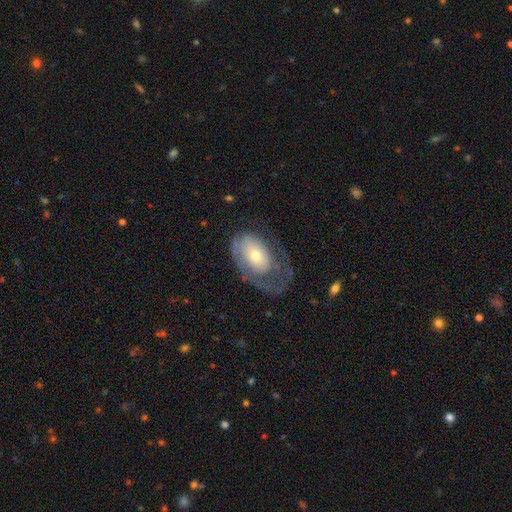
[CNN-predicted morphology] Smooth or featured? featured or disk (51%)
Edge-on disk? no (93%)
Merging? major disturbance (44%)